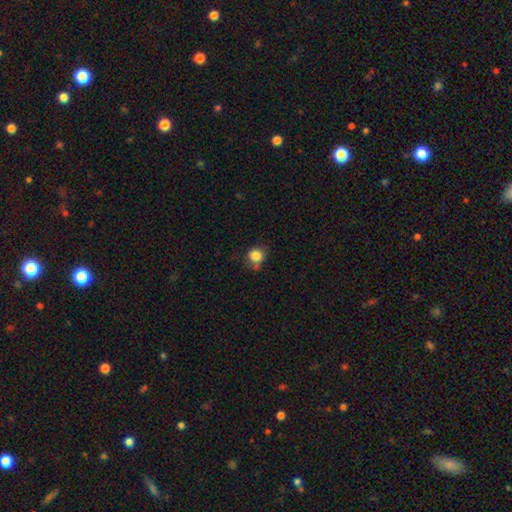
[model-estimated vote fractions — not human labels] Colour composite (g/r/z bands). It shows a smooth galaxy with no disk features (84%) that is round (81%). Merging: none (63%).